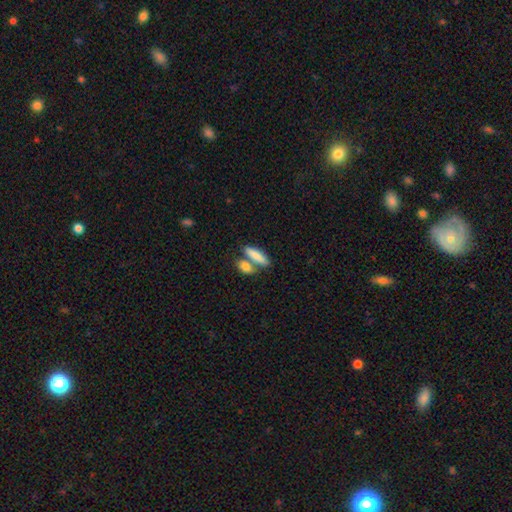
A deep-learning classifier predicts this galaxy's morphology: smooth_or_featured: smooth (p=0.83) [alt: featured or disk p=0.11]
how_rounded: in between (p=0.49) [alt: cigar-shaped p=0.47]
merging: none (p=0.46) [alt: merger p=0.41]